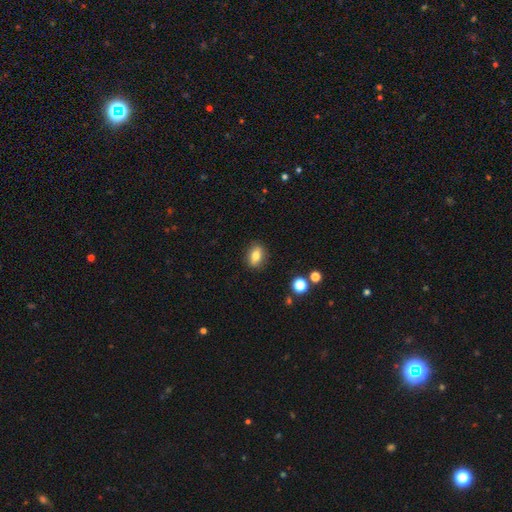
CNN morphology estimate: A smooth galaxy with no disk features (78%) that is in between round and cigar-shaped (76%). Merging: none (86%).